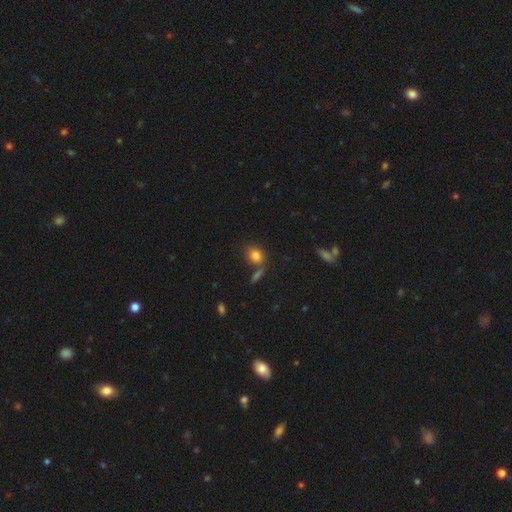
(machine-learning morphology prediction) This is clearly a smooth galaxy (82%). How rounded: possibly in between (50%). Merging: likely none (65%).